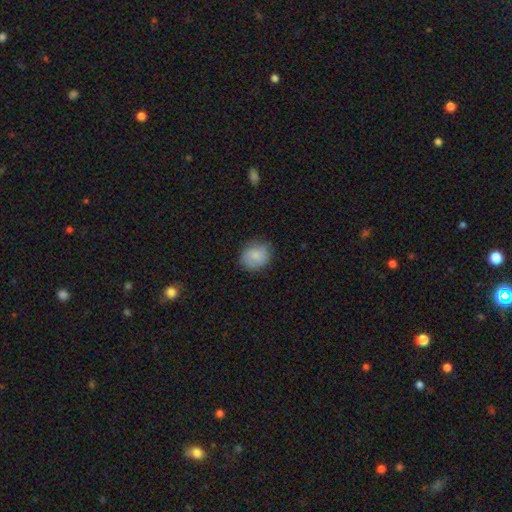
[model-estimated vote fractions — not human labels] This appears to be a smooth galaxy with no disk features (81%) that is round (69%). Merging: none (81%).